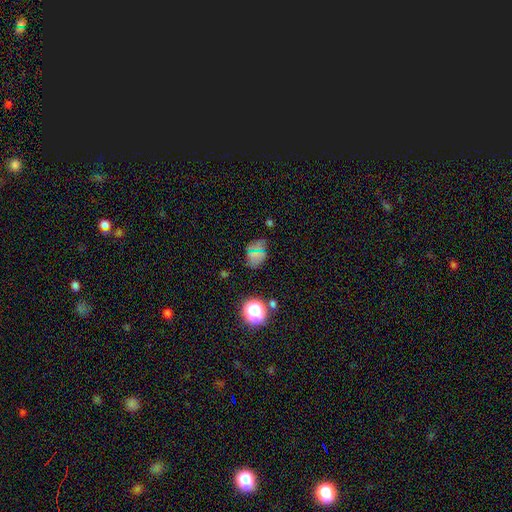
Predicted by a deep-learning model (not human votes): Morphology: type=smooth (58%); roundness=in between (58%); merging=none (78%).